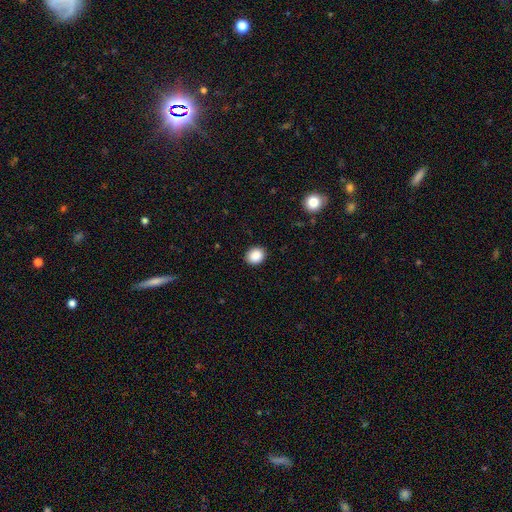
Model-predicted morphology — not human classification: A smooth galaxy with no disk features (89%) that is round (60%).

Vote fractions:
- Smooth or featured? smooth: 89% / star or artifact: 8% / featured or disk: 3%
- How rounded? round: 60% / in between: 39% / cigar-shaped: 1%
- Merging? none: 90% / minor disturbance: 7% / major disturbance: 2% / merger: 1%